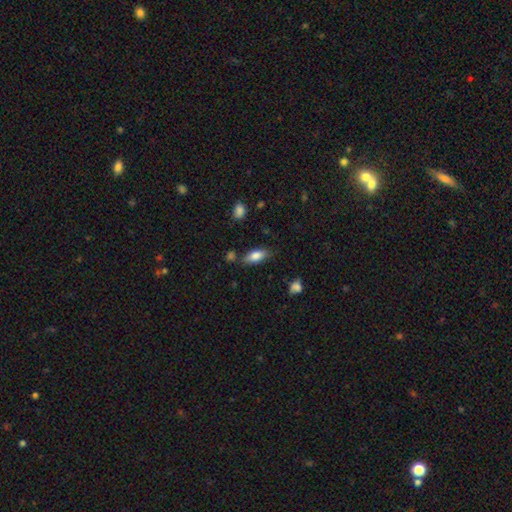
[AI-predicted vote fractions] This appears to be a smooth galaxy with no disk features (82%) that is in between round and cigar-shaped (84%). Merging: none (76%).